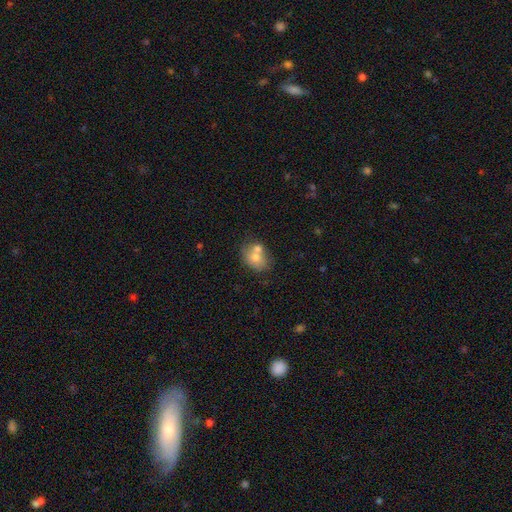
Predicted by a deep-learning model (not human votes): smooth 68%, featured or disk 23%, star or artifact 9%. Down the decision tree: how rounded — in between (56%); merging — merger (44%).